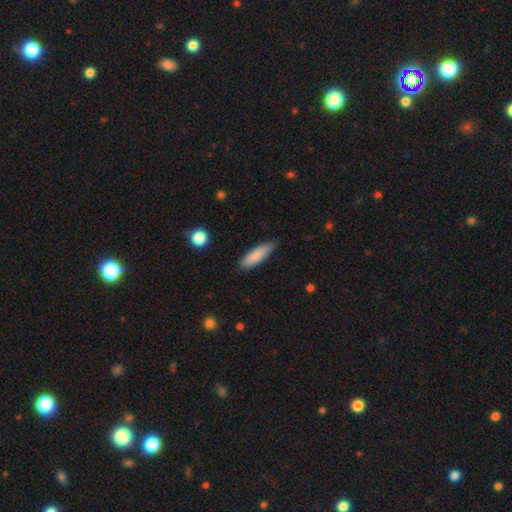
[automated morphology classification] type=smooth (85%); roundness=cigar-shaped (54%); merging=none (81%).